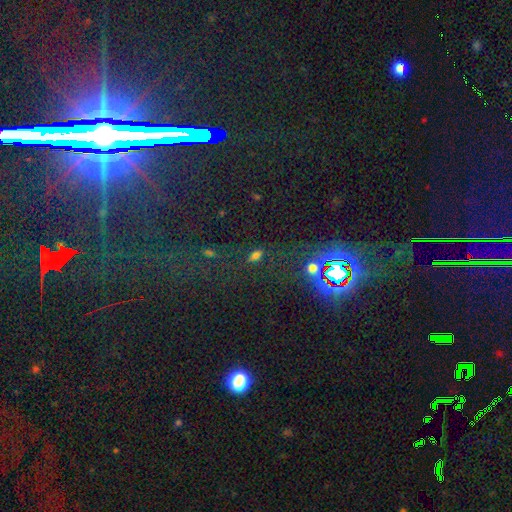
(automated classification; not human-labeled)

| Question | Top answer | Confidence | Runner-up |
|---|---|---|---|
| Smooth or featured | smooth | 58% | star or artifact (32%) |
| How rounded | in between | 77% | round (12%) |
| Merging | none | 78% | minor disturbance (12%) |